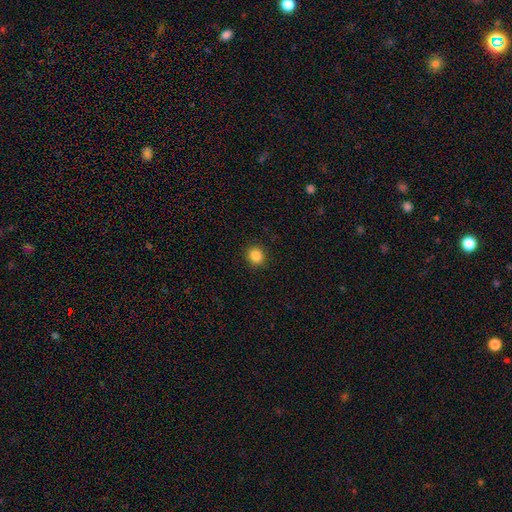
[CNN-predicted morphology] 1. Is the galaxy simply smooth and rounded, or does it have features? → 85% smooth, 11% star or artifact, 4% featured or disk.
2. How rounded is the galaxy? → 89% round, 10% in between, 1% cigar-shaped.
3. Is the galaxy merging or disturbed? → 92% none, 5% minor disturbance, 2% major disturbance, 1% merger.